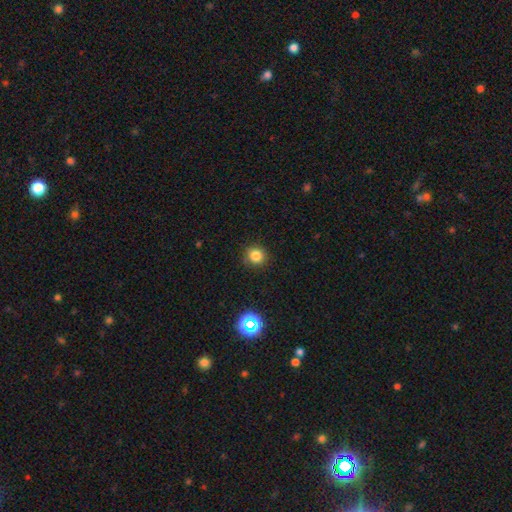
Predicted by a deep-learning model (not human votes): smooth 81%, star or artifact 14%, featured or disk 5%. Down the decision tree: how rounded — round (92%); merging — none (89%).